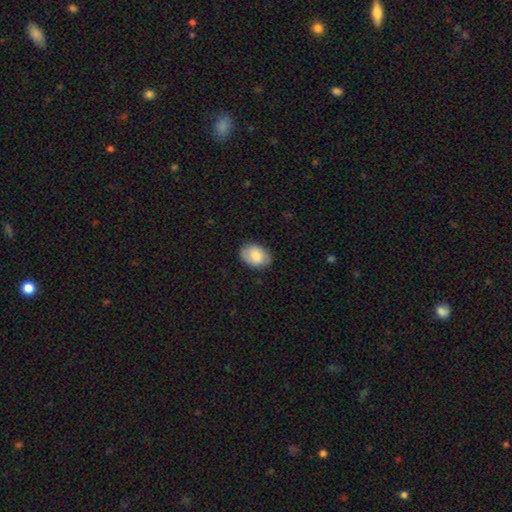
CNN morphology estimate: Q: Smooth or featured?
A: smooth (79%); runner-up: featured or disk (14%)
Q: How rounded?
A: in between (76%); runner-up: round (22%)
Q: Merging?
A: none (83%); runner-up: minor disturbance (13%)